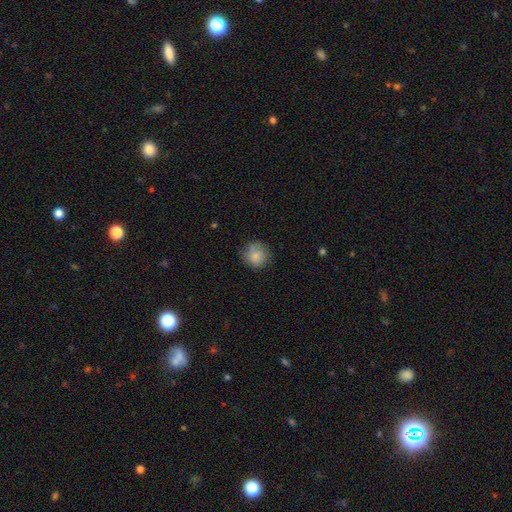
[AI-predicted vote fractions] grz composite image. It shows a smooth galaxy with no disk features (79%) that is round (90%). Merging: none (73%).